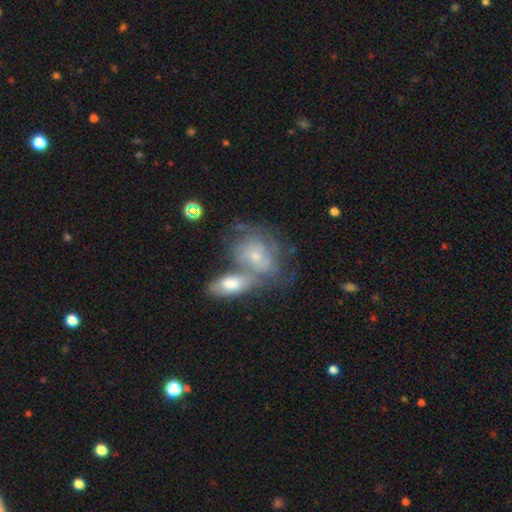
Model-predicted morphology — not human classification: Q: Smooth or featured?
A: featured or disk (61%); runner-up: smooth (31%)
Q: Edge-on disk?
A: no (95%); runner-up: yes (5%)
Q: Bar?
A: no (76%); runner-up: weak (21%)
Q: Spiral arms?
A: yes (68%); runner-up: no (32%)
Q: Bulge size?
A: small (54%); runner-up: moderate (36%)
Q: Merging?
A: merger (46%); runner-up: none (29%)